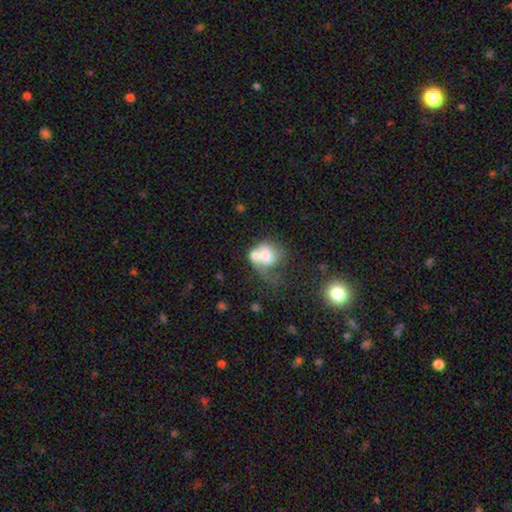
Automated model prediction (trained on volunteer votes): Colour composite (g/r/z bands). It shows a smooth galaxy with no disk features (56%) that is round (59%). Merging: merger (55%).